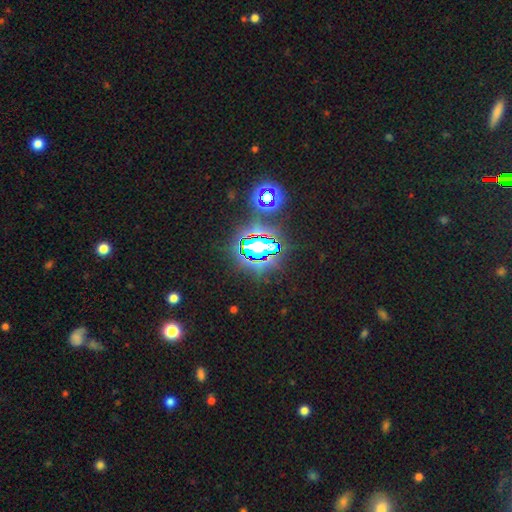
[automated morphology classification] The model was most divided on "smooth or featured": star or artifact: 81%, smooth: 12%, featured or disk: 7%.